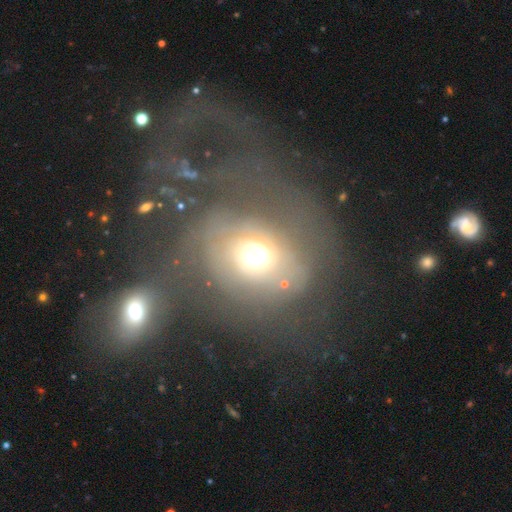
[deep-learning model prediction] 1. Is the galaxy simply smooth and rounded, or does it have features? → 43% featured or disk (tied), 43% smooth (tied), 14% star or artifact.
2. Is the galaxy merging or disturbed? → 38% none, 37% major disturbance, 17% minor disturbance, 8% merger.